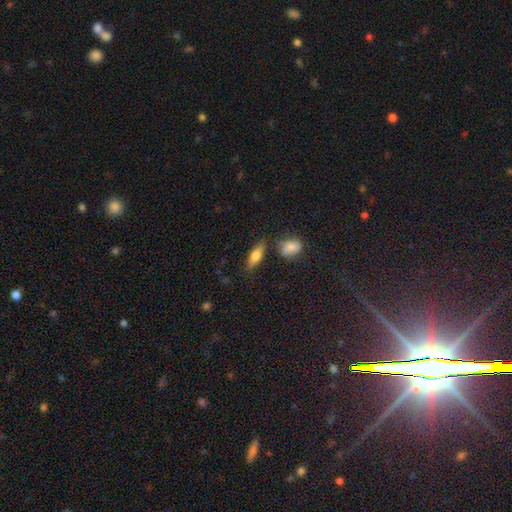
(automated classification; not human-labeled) Morphology: type=smooth (65%); roundness=in between (61%); merging=none (75%).